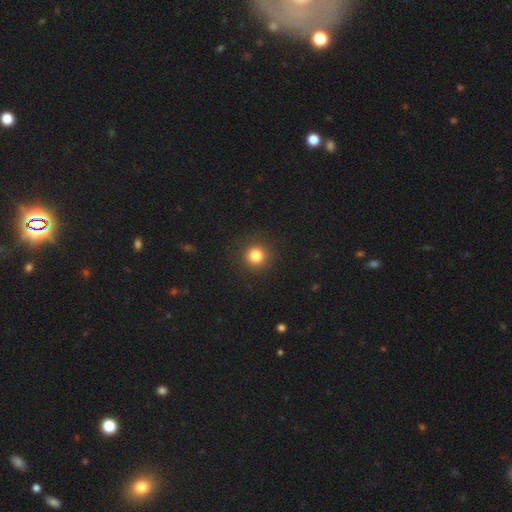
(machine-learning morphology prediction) smooth 82%, star or artifact 12%, featured or disk 6%. Down the decision tree: how rounded — round (94%); merging — none (91%).